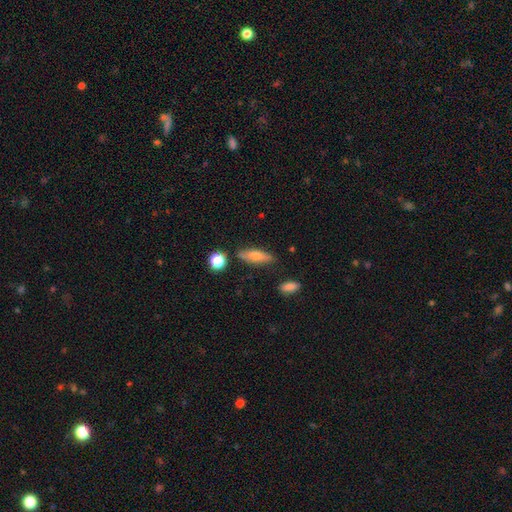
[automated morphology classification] Smooth or featured? smooth (57%)
How rounded? cigar-shaped (53%)
Merging? none (83%)